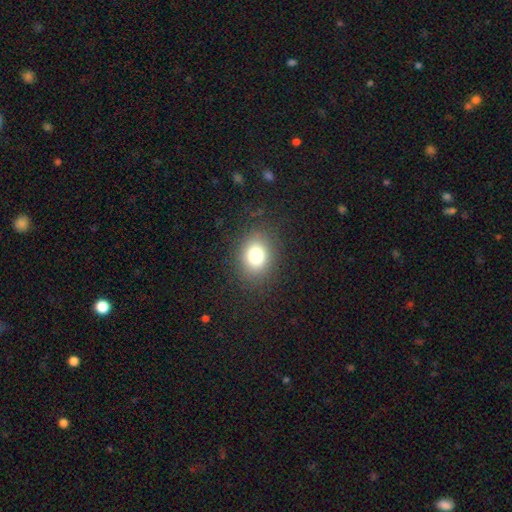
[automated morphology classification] Q: Smooth or featured?
A: smooth (77%); runner-up: star or artifact (13%)
Q: How rounded?
A: in between (51%); runner-up: round (48%)
Q: Merging?
A: none (86%); runner-up: minor disturbance (9%)